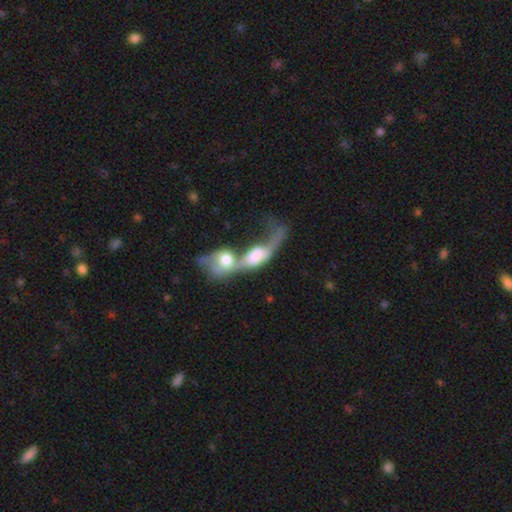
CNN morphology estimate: Smooth or featured? Predicted: featured or disk (p=0.55). Edge-on disk? Predicted: no (p=0.82). Merging? Predicted: merger (p=0.82).